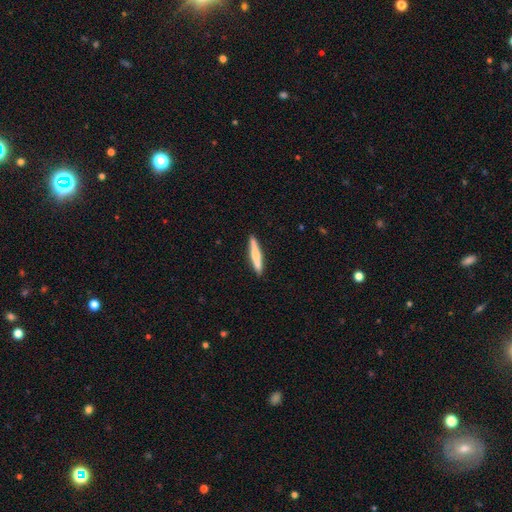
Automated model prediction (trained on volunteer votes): Smooth or featured? Predicted: smooth (p=0.62). How rounded? Predicted: cigar-shaped (p=0.93). Merging? Predicted: none (p=0.90).